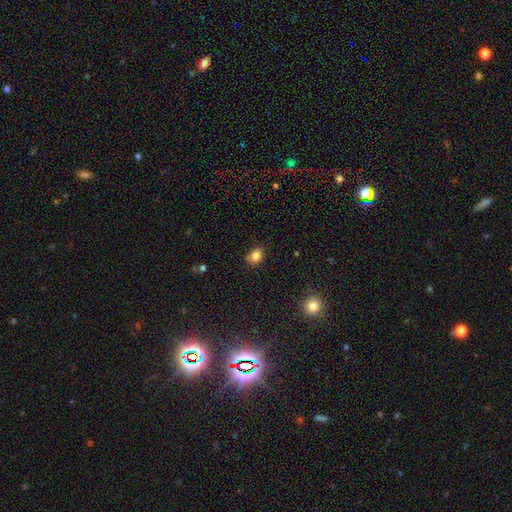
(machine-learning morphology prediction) smooth-or-featured: smooth: 83% | star or artifact: 11% | featured or disk: 6%
  how-rounded: in between: 61% | round: 38% | cigar-shaped: 1%
  merging: none: 78% | minor disturbance: 17% | major disturbance: 3% | merger: 2%